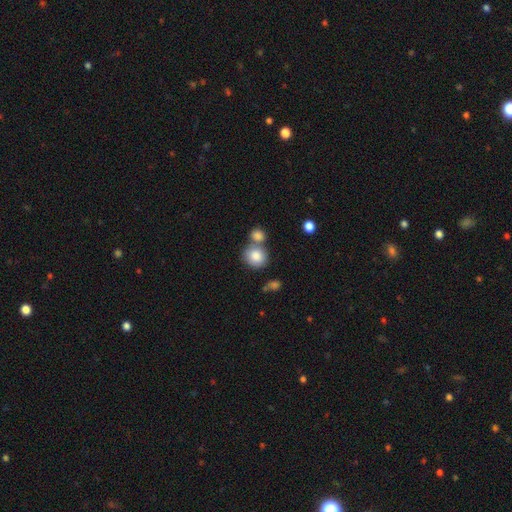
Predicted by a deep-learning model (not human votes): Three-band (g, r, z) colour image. It shows a smooth galaxy with no disk features (84%) that is round (80%). Merging: none (49%).